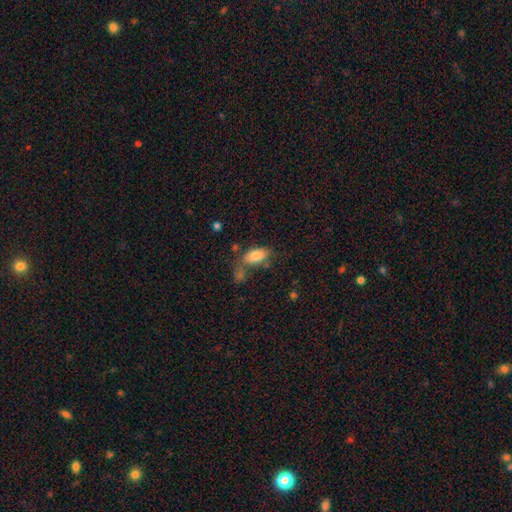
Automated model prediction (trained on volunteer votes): smooth_or_featured: smooth (p=0.81) [alt: featured or disk p=0.11]
how_rounded: in between (p=0.90) [alt: cigar-shaped p=0.06]
merging: none (p=0.48) [alt: merger p=0.22]